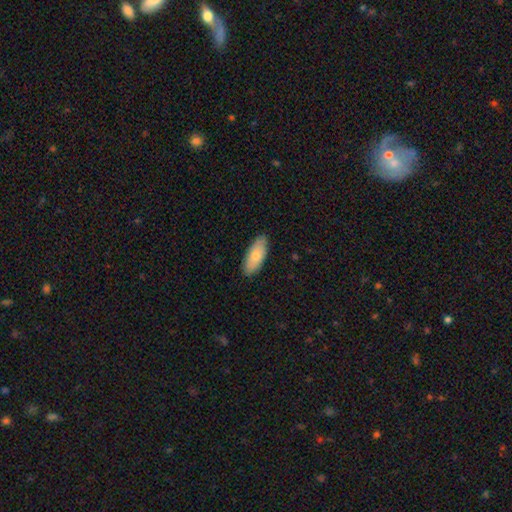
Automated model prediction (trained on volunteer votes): Morphology: type=smooth (76%); roundness=in between (84%); merging=none (87%).